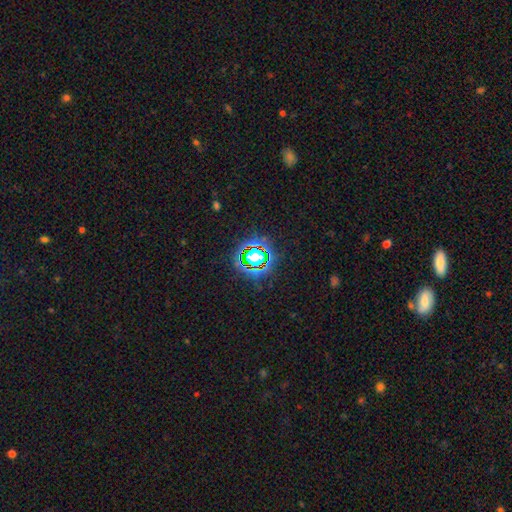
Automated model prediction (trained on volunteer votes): Morphology: type=star or artifact (68%).